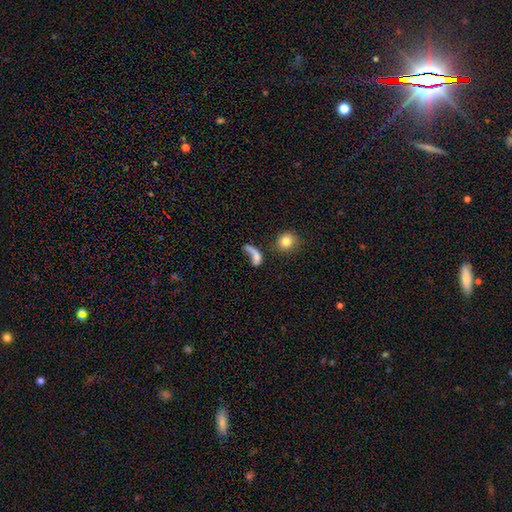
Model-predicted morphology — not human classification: smooth-or-featured: smooth: 60% | featured or disk: 26% | star or artifact: 14%
  how-rounded: in between: 48% | round: 26% | cigar-shaped: 26%
  merging: none: 34% | major disturbance: 29% | merger: 23% | minor disturbance: 13%